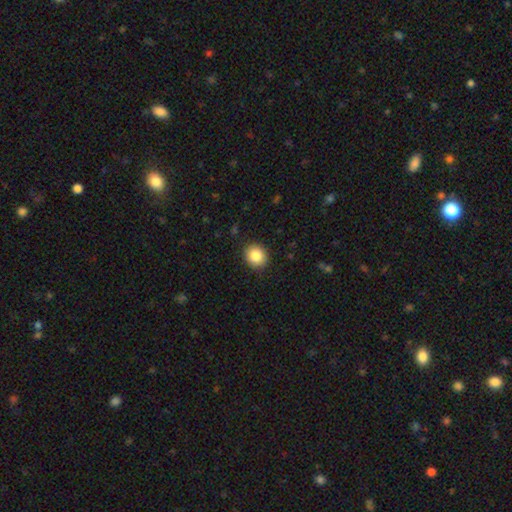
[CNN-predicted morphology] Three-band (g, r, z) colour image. It shows a smooth galaxy with no disk features (86%) that is round (78%). Merging: none (90%).